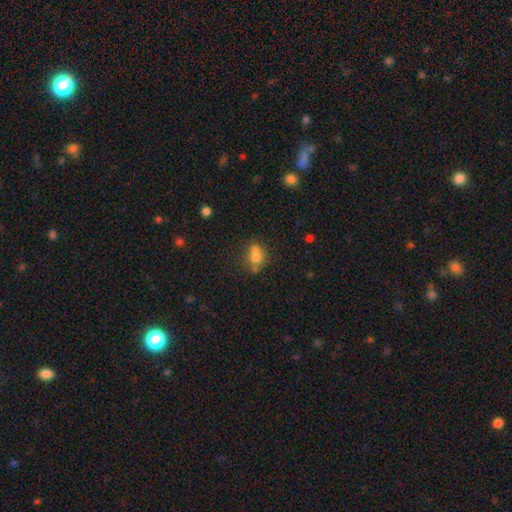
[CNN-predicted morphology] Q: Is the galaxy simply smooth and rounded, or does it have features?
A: smooth — 68%.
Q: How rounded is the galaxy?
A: round — 57%.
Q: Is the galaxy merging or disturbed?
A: merger — 44%.